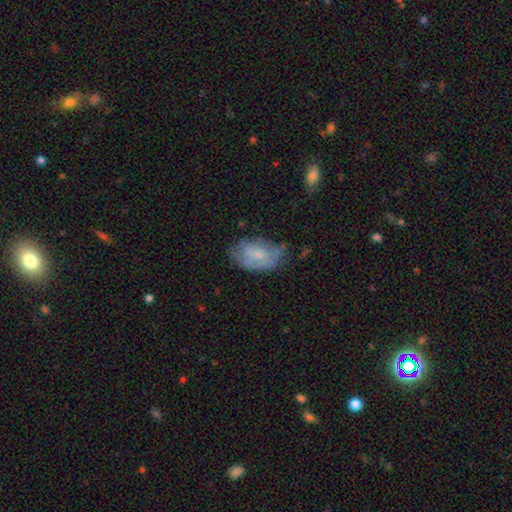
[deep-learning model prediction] Morphology: type=smooth (53%); roundness=in between (91%); merging=none (50%).